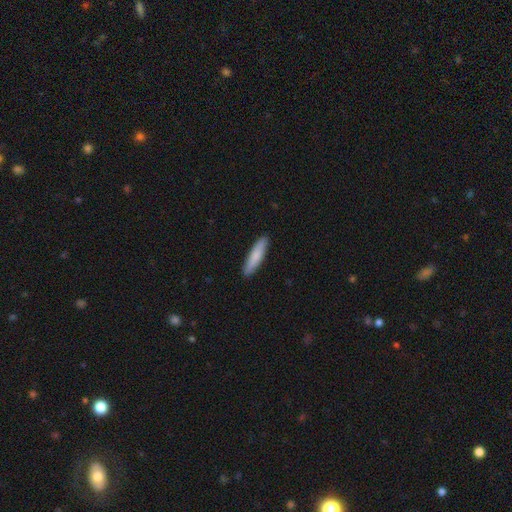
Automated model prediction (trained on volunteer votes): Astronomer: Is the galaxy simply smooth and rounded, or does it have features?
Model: smooth — 82%.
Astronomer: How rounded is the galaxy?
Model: cigar-shaped — 82%.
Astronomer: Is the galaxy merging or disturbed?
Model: none — 91%.